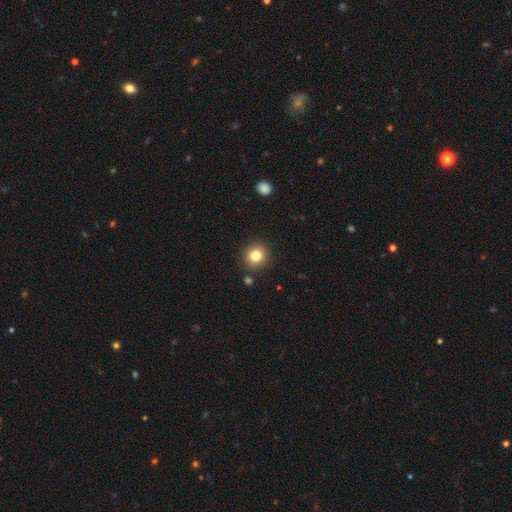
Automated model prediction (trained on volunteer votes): This appears to be a smooth galaxy with no disk features (83%) that is round (88%). Merging: none (87%).